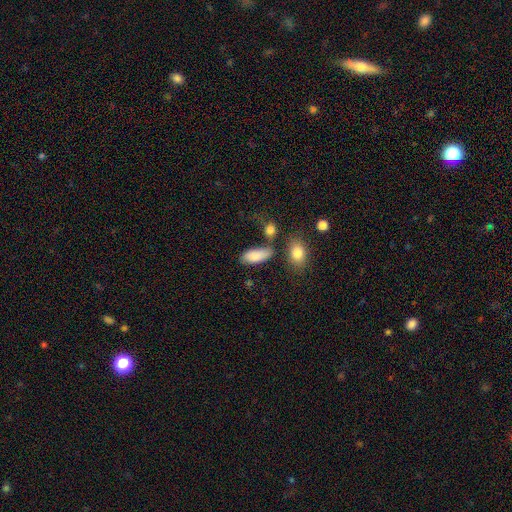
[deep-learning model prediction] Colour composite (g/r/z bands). It shows a smooth galaxy with no disk features (84%) that is in between round and cigar-shaped (86%). Merging: none (59%).